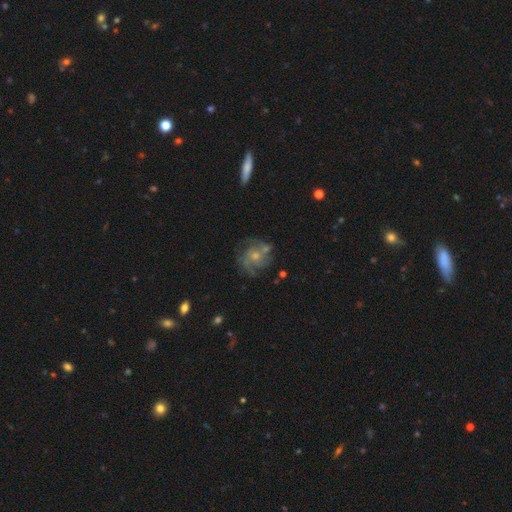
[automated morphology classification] featured or disk 76%, smooth 15%, star or artifact 9%. Down the decision tree: edge-on disk — no (98%); bar — no (78%); spiral arms — yes (89%); spiral arm count — 3 (32%); spiral winding — medium (43%); bulge size — small (52%); merging — none (64%).